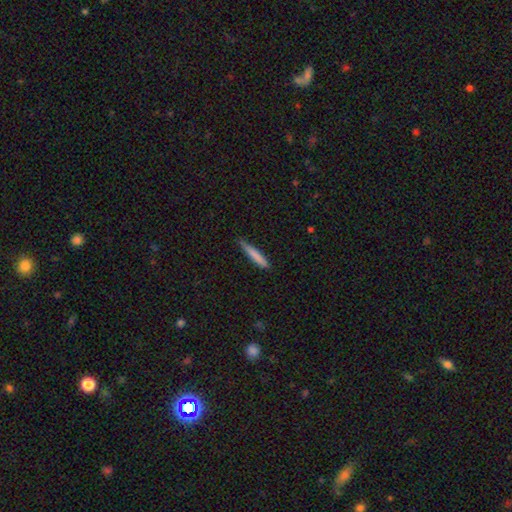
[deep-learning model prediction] smooth 78%, featured or disk 16%, star or artifact 6%. Down the decision tree: how rounded — cigar-shaped (93%); merging — none (77%).